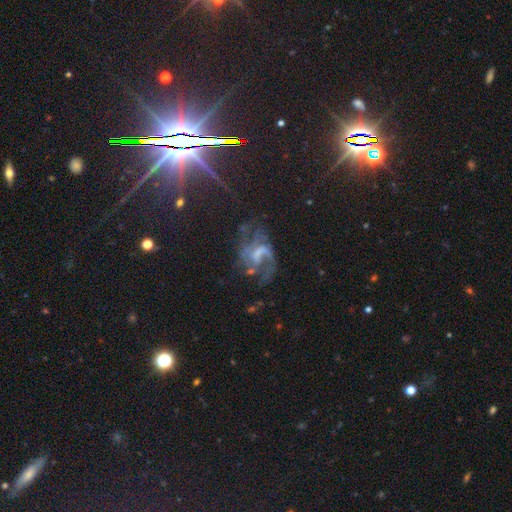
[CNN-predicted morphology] featured or disk 67%, star or artifact 21%, smooth 13%. Down the decision tree: edge-on disk — no (97%); bar — weak (45%); spiral arms — yes (79%); spiral arm count — 2 (36%); spiral winding — loose (47%); bulge size — none (38%); merging — none (41%).